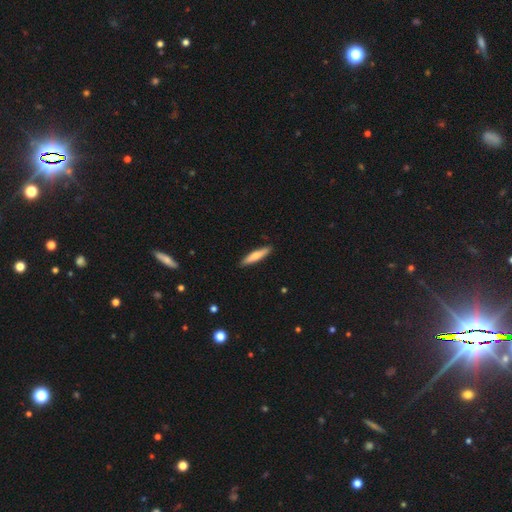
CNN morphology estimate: smooth 70%, featured or disk 24%, star or artifact 5%. Down the decision tree: how rounded — cigar-shaped (83%); merging — none (89%).